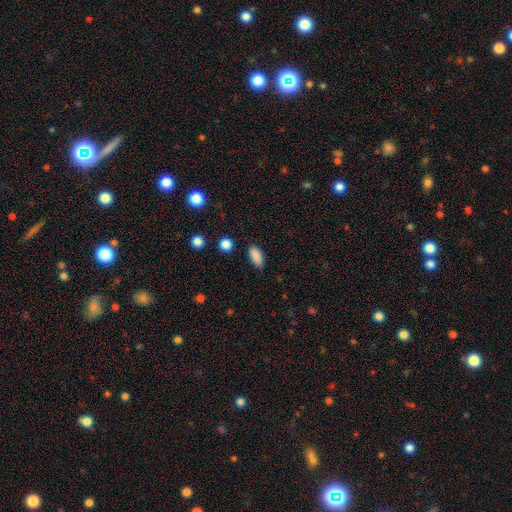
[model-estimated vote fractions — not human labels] A smooth galaxy with no disk features (88%) that is in between round and cigar-shaped (86%). Merging: none (85%).